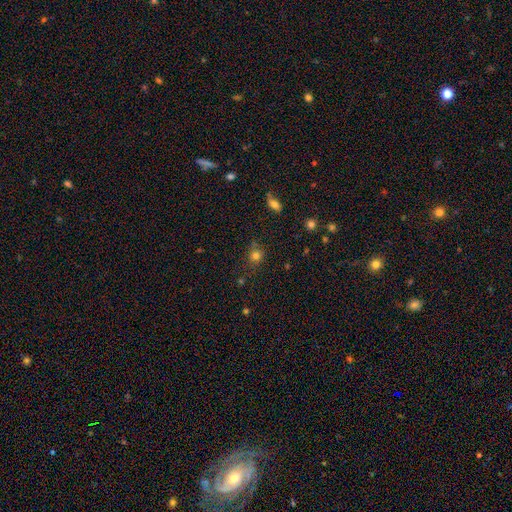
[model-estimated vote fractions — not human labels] Smooth or featured? Predicted: smooth (p=0.77). How rounded? Predicted: round (p=0.83). Merging? Predicted: none (p=0.75).